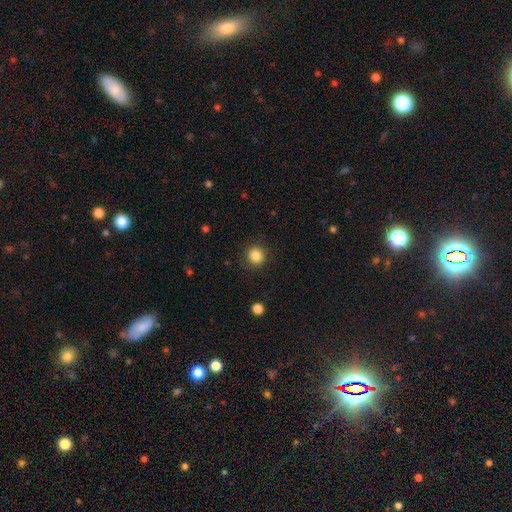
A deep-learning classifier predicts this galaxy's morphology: This is clearly a smooth galaxy (86%). How rounded: clearly round (89%). Merging: clearly none (89%).